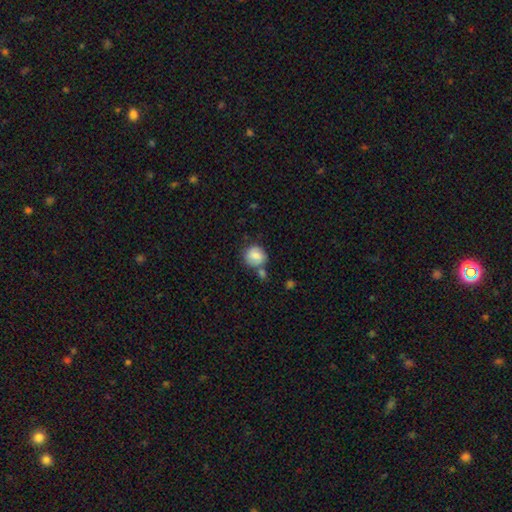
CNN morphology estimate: This is likely a smooth galaxy (76%). How rounded: clearly round (84%). Merging: possibly none (59%).